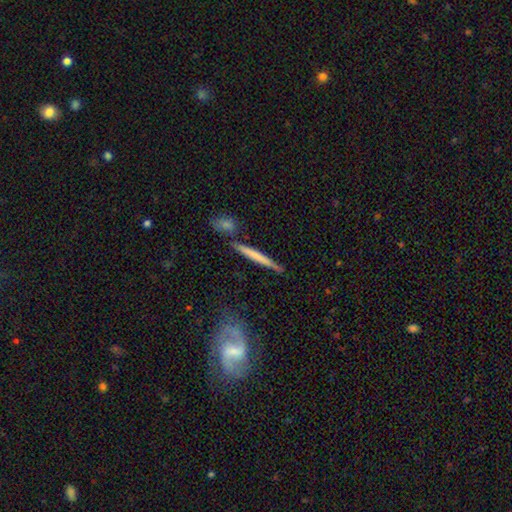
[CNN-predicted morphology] Overall: smooth (55%; featured or disk 39%). How rounded: cigar-shaped (95%). Merging: none (79%).